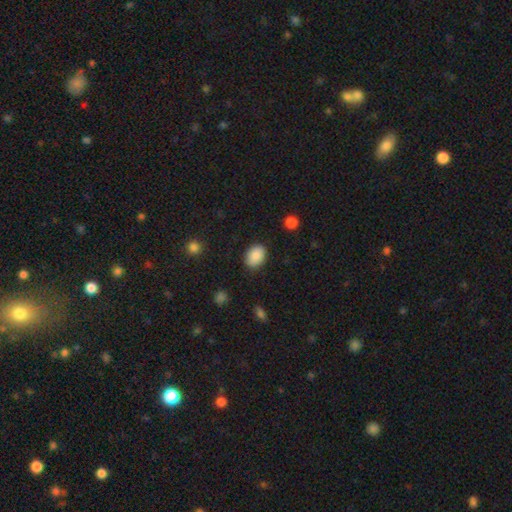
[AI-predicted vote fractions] smooth 88%, star or artifact 8%, featured or disk 4%. Down the decision tree: how rounded — in between (76%); merging — none (85%).